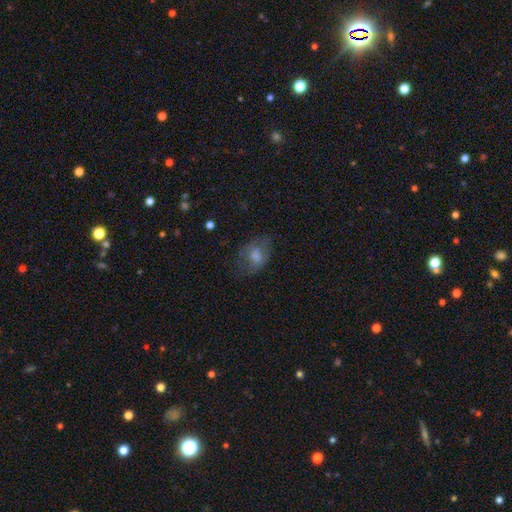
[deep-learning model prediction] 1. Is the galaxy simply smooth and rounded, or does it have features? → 61% smooth, 29% featured or disk, 10% star or artifact.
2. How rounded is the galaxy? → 77% in between, 21% round, 2% cigar-shaped.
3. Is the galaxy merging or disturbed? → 50% none, 25% minor disturbance, 22% major disturbance, 2% merger.